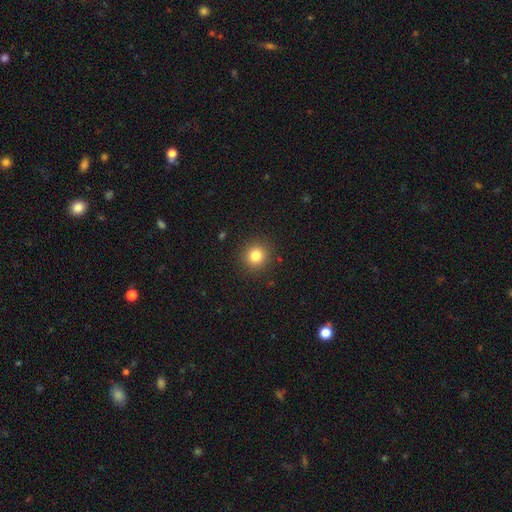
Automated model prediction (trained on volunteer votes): This appears to be a smooth galaxy with no disk features (82%) that is round (92%). Merging: none (91%).